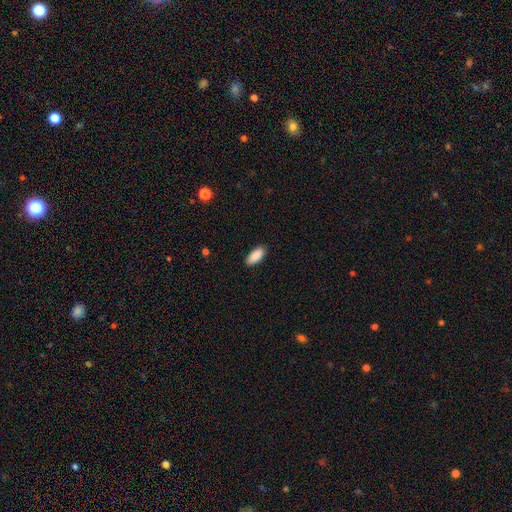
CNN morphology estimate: Smooth or featured? Predicted: smooth (p=0.90). How rounded? Predicted: in between (p=0.87). Merging? Predicted: none (p=0.88).